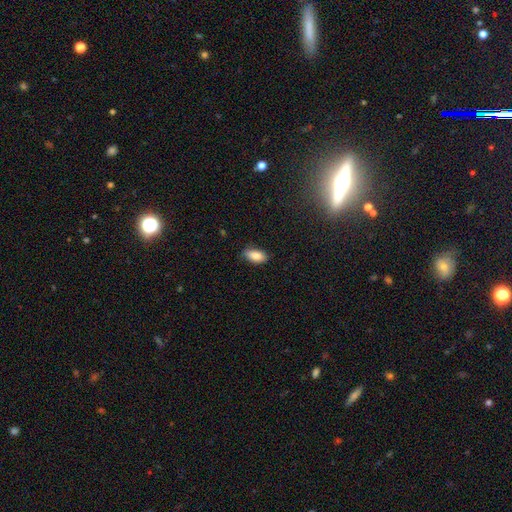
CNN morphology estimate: Q: Smooth or featured?
A: smooth (87%); runner-up: star or artifact (7%)
Q: How rounded?
A: in between (91%); runner-up: cigar-shaped (6%)
Q: Merging?
A: none (79%); runner-up: minor disturbance (17%)